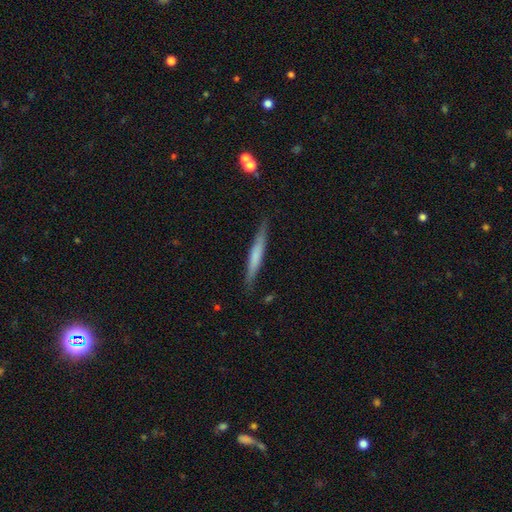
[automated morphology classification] Smooth or featured?
  - smooth: 55% *
  - featured or disk: 39%
  - star or artifact: 6%
How rounded?
  - cigar-shaped: 95% *
  - in between: 4%
  - round: 1%
Merging?
  - none: 85% *
  - minor disturbance: 11%
  - major disturbance: 2%
  - merger: 2%